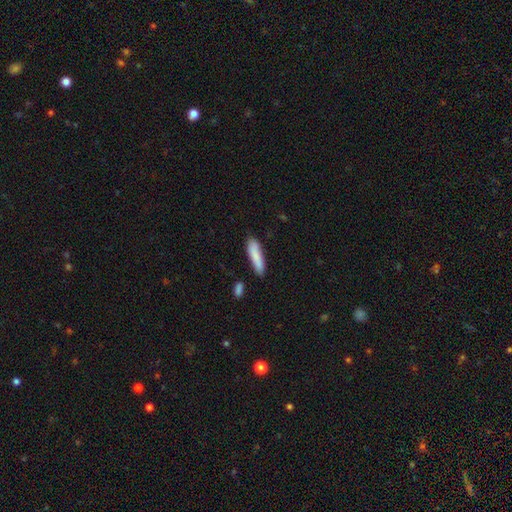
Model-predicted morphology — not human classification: Q: Smooth or featured?
A: smooth (85%); runner-up: featured or disk (9%)
Q: How rounded?
A: cigar-shaped (73%); runner-up: in between (26%)
Q: Merging?
A: none (76%); runner-up: minor disturbance (17%)